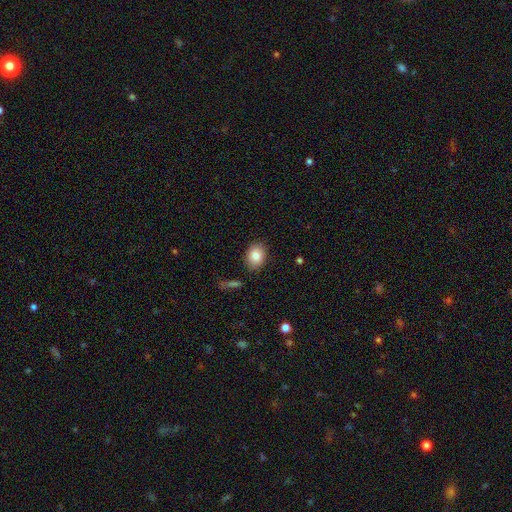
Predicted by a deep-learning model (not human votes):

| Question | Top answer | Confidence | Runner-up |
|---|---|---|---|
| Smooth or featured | smooth | 83% | featured or disk (8%) |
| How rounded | in between | 65% | round (33%) |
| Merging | none | 86% | minor disturbance (10%) |